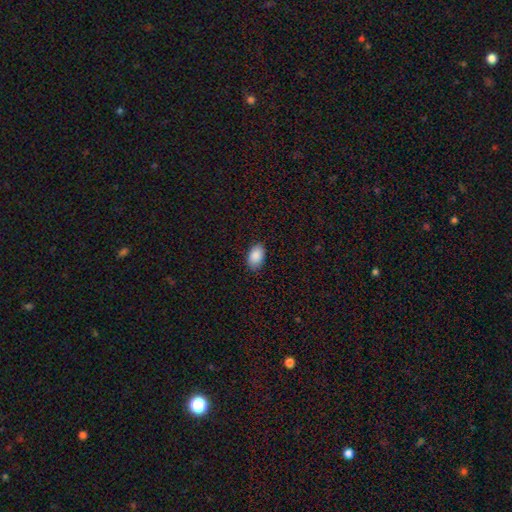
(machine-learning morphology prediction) Q: Smooth or featured?
A: smooth (89%); runner-up: star or artifact (7%)
Q: How rounded?
A: in between (92%); runner-up: round (7%)
Q: Merging?
A: none (86%); runner-up: minor disturbance (11%)